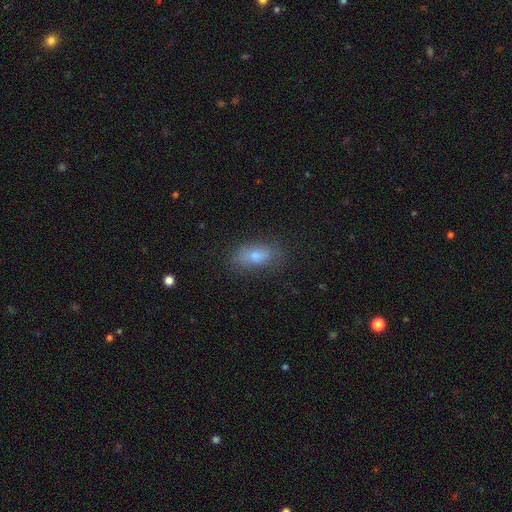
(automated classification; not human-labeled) Morphology: type=smooth (71%); roundness=in between (84%); merging=none (76%).